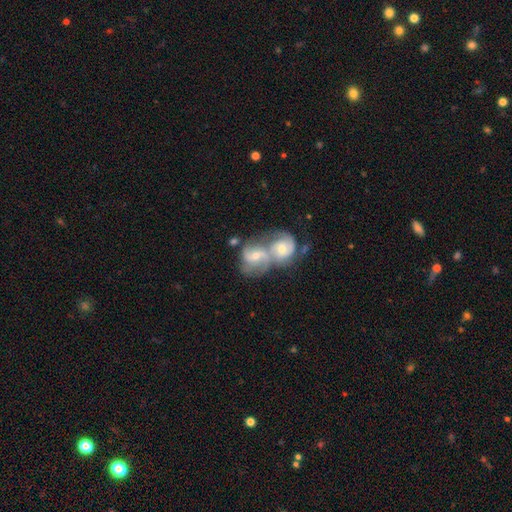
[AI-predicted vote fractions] Smooth or featured: featured or disk — 77% (smooth — 17%)
Edge-on disk: no — 97% (yes — 3%)
Bar: no — 46% (weak — 42%)
Spiral arms: yes — 94% (no — 6%)
Spiral winding: medium — 51% (tight — 32%)
Spiral arm count: 2 — 53% (3 — 22%)
Bulge size: moderate — 54% (small — 42%)
Merging: merger — 75% (none — 15%)